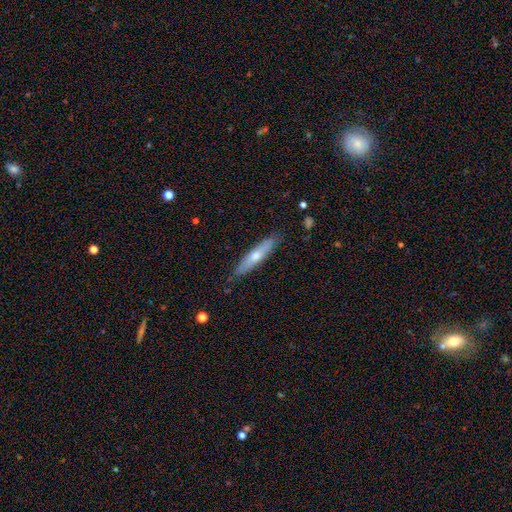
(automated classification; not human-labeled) Q: Smooth or featured?
A: smooth (55%); runner-up: featured or disk (39%)
Q: How rounded?
A: cigar-shaped (84%); runner-up: in between (15%)
Q: Merging?
A: none (85%); runner-up: minor disturbance (12%)